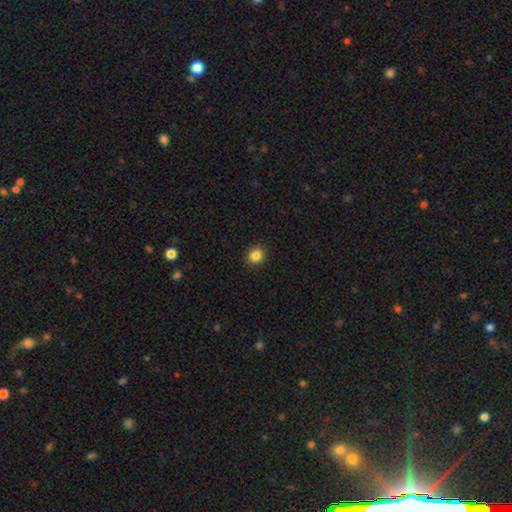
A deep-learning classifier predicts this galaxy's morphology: Smooth or featured? smooth (86%)
How rounded? round (91%)
Merging? none (92%)